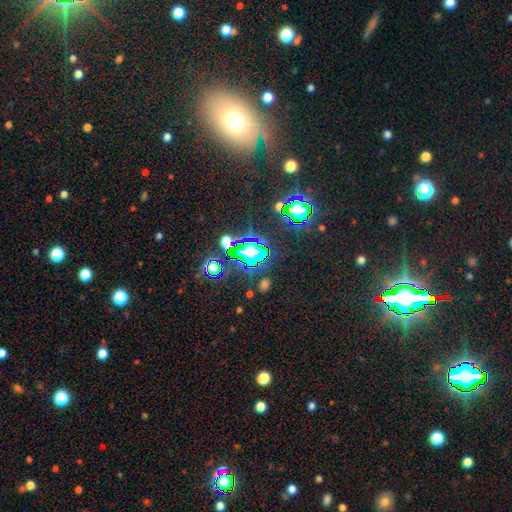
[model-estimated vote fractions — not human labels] Smooth or featured?
  - star or artifact: 63% *
  - smooth: 26%
  - featured or disk: 11%